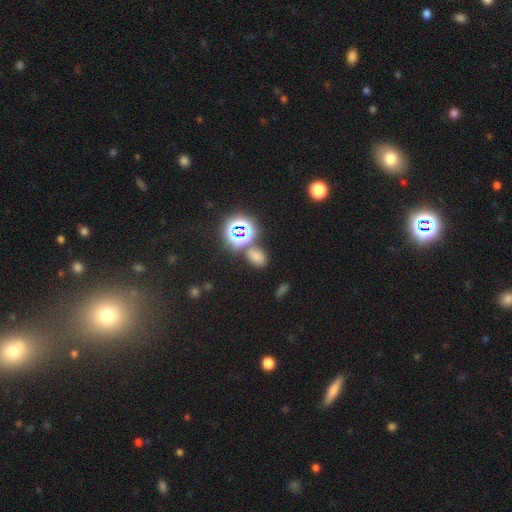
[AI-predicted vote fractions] Overall: smooth (61%; star or artifact 32%). How rounded: in between (69%; round 29%). Merging: none (72%).